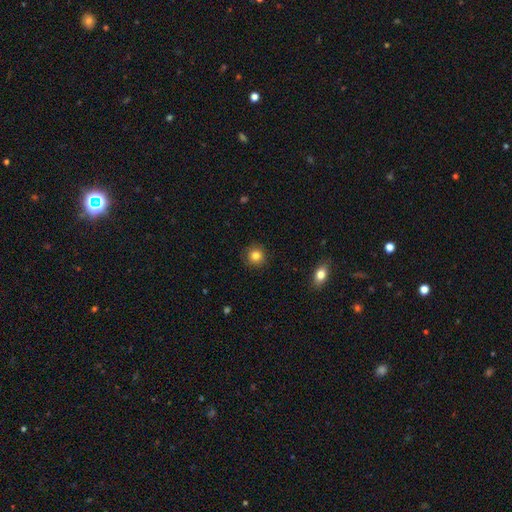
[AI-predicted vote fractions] This appears to be a smooth galaxy with no disk features (82%) that is round (93%). Merging: none (91%).